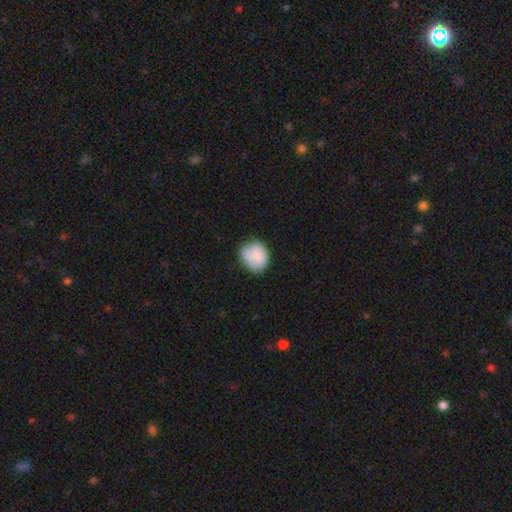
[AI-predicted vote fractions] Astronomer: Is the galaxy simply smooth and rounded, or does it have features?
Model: smooth — 86%.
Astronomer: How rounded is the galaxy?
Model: round — 71%.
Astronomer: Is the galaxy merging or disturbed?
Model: none — 71%.